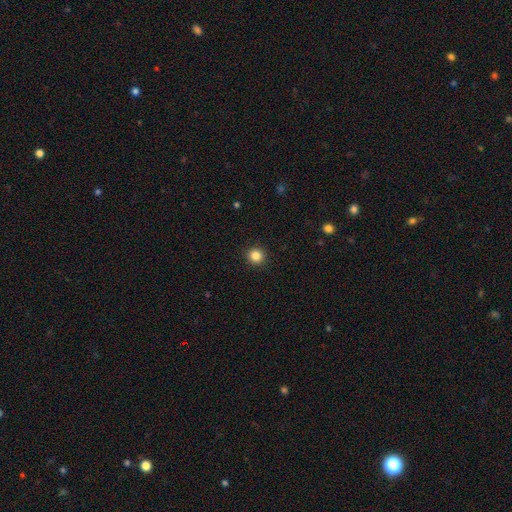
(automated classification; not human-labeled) This appears to be a smooth galaxy with no disk features (84%) that is round (93%). Merging: none (92%).